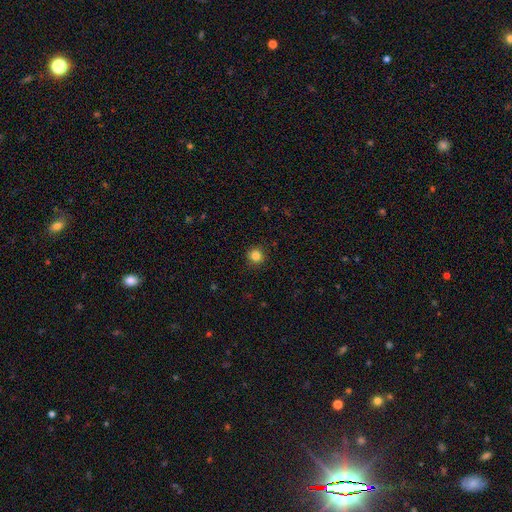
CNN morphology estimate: Q: Smooth or featured?
A: smooth (84%); runner-up: star or artifact (12%)
Q: How rounded?
A: round (94%); runner-up: in between (5%)
Q: Merging?
A: none (91%); runner-up: minor disturbance (6%)